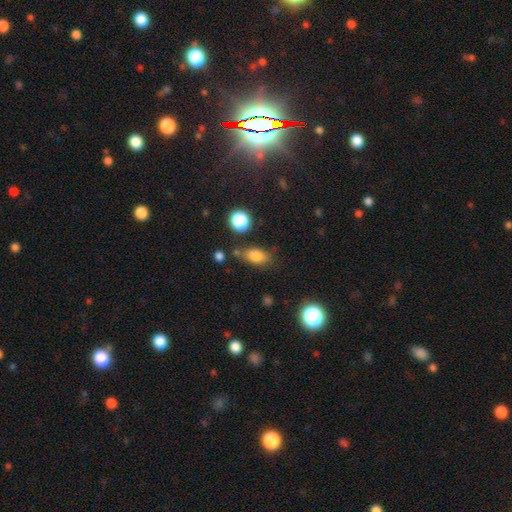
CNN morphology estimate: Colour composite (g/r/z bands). It shows a smooth galaxy with no disk features (80%) that is in between round and cigar-shaped (81%). Merging: none (69%).